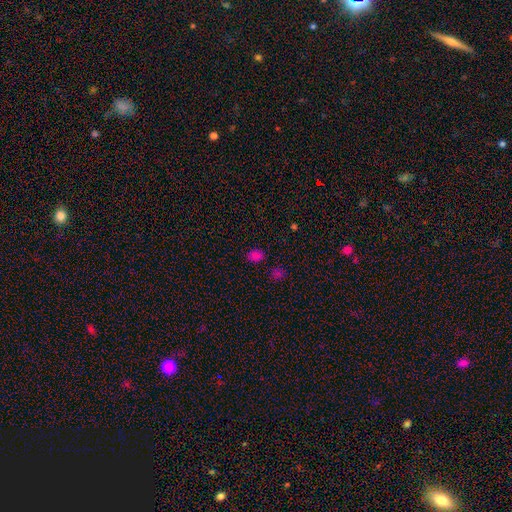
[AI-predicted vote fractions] Overall: smooth (76%). How rounded: in between (67%; round 32%). Merging: none (83%).